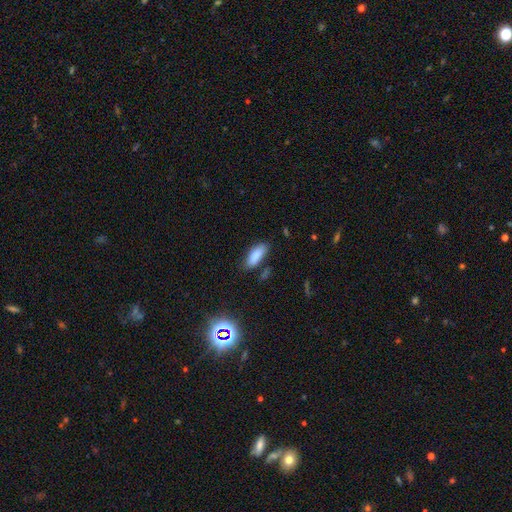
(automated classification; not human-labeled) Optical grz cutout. It shows a smooth galaxy with no disk features (86%) that is in between round and cigar-shaped (71%). Merging: none (77%).